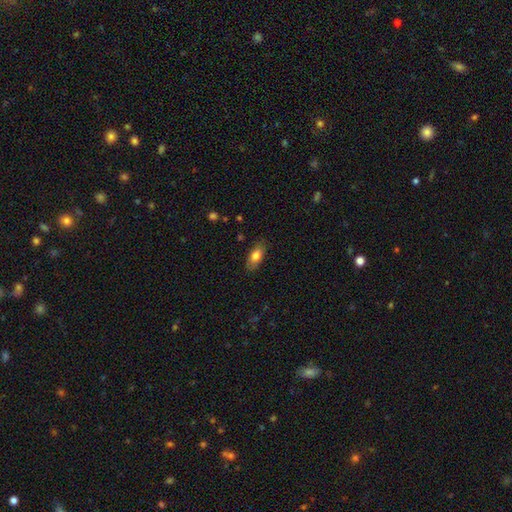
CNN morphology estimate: This appears to be a smooth galaxy with no disk features (75%) that is in between round and cigar-shaped (87%). Merging: none (81%).